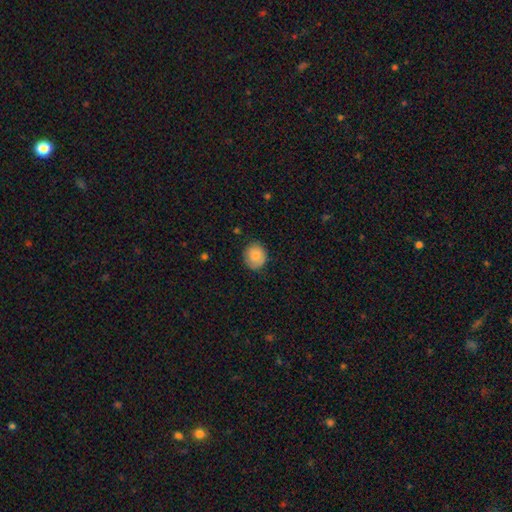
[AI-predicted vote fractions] smooth-or-featured: smooth: 82% | featured or disk: 10% | star or artifact: 8%
  how-rounded: round: 80% | in between: 19% | cigar-shaped: 1%
  merging: none: 82% | minor disturbance: 15% | major disturbance: 3% | merger: 1%